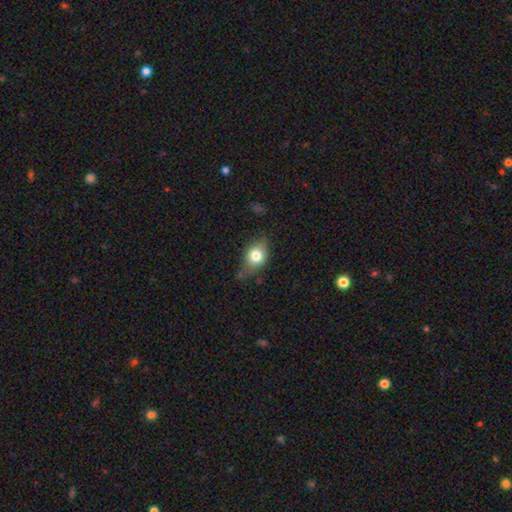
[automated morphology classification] Smooth or featured: smooth — 74% (featured or disk — 17%)
How rounded: in between — 69% (round — 28%)
Merging: none — 63% (minor disturbance — 28%)